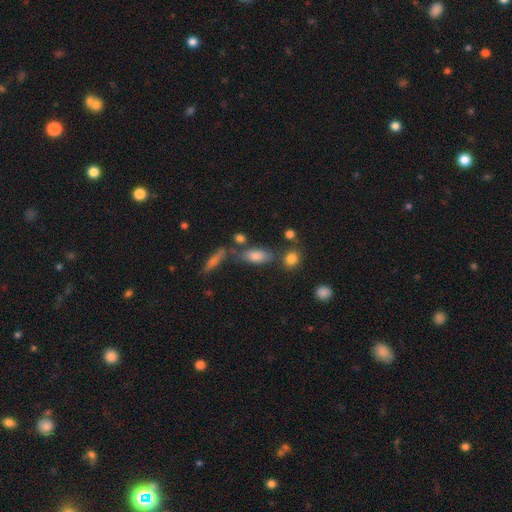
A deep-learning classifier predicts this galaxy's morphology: Overall: smooth (75%). How rounded: in between (77%). Merging: none (61%).